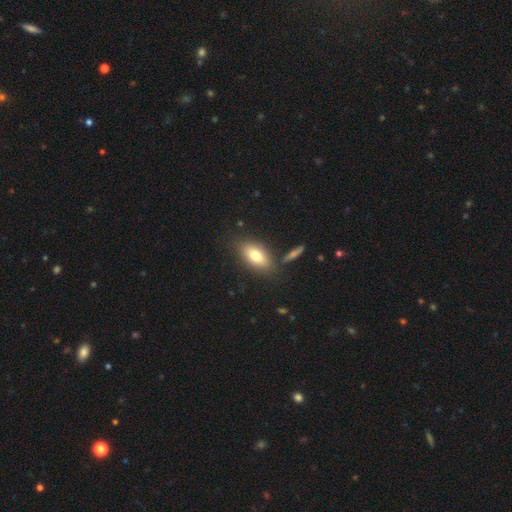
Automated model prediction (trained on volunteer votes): Q: Smooth or featured?
A: smooth (76%); runner-up: featured or disk (17%)
Q: How rounded?
A: in between (88%); runner-up: cigar-shaped (7%)
Q: Merging?
A: none (78%); runner-up: minor disturbance (11%)